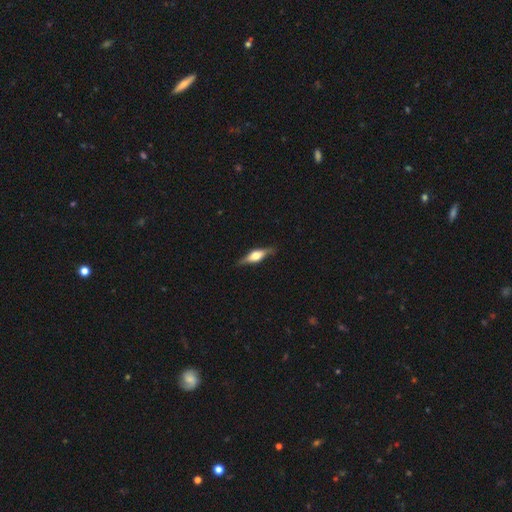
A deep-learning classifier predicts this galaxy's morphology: smooth-or-featured: featured or disk: 65% | smooth: 29% | star or artifact: 6%
  disk-edge-on: yes: 94% | no: 6%
    edge-on-bulge: rounded: 87% | boxy: 10% | none: 2%
  merging: none: 84% | minor disturbance: 12% | major disturbance: 3% | merger: 1%